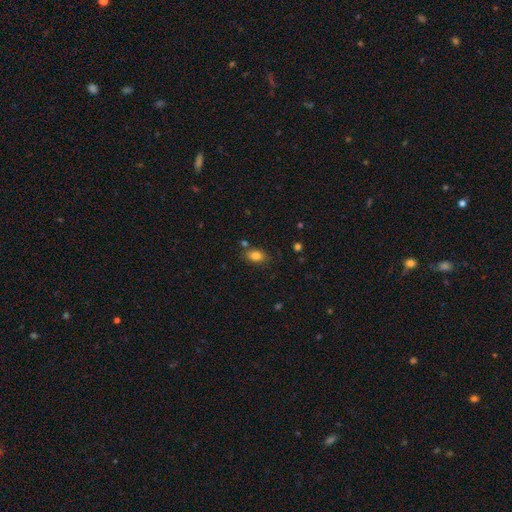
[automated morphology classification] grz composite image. It shows a smooth galaxy with no disk features (82%) that is in between round and cigar-shaped (85%). Merging: none (75%).